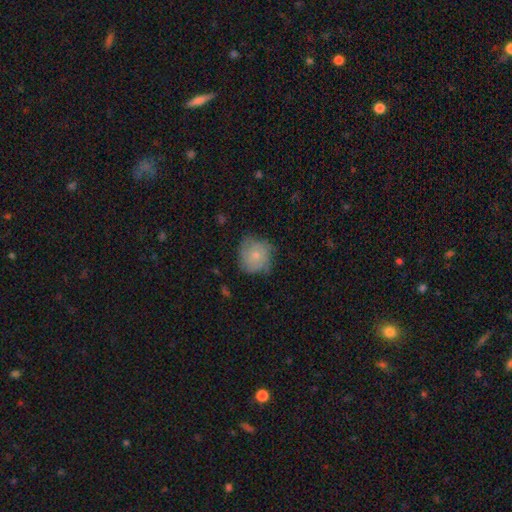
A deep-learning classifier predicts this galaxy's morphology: smooth-or-featured: smooth: 62% | featured or disk: 30% | star or artifact: 8%
  how-rounded: round: 86% | in between: 13% | cigar-shaped: 1%
  merging: none: 62% | minor disturbance: 29% | major disturbance: 8% | merger: 1%